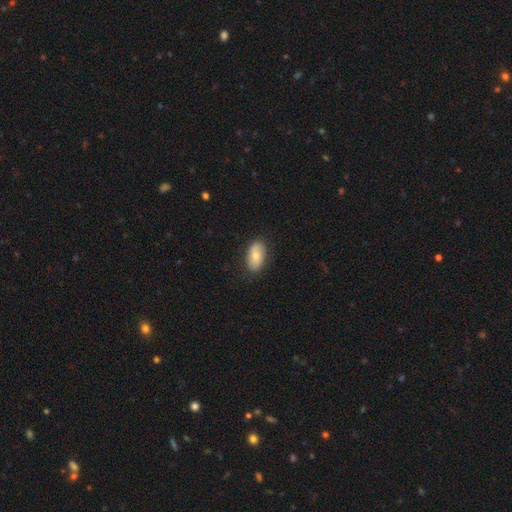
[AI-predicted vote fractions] A smooth galaxy with no disk features (71%) that is in between round and cigar-shaped (93%).

Vote fractions:
- Smooth or featured? smooth: 71% / featured or disk: 22% / star or artifact: 7%
- How rounded? in between: 93% / round: 5% / cigar-shaped: 2%
- Merging? none: 83% / minor disturbance: 13% / major disturbance: 3% / merger: 1%